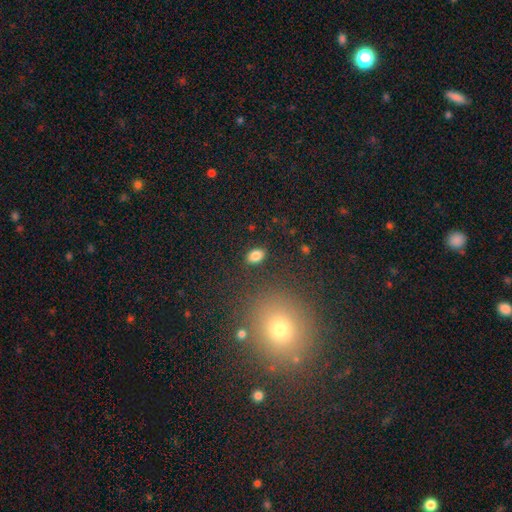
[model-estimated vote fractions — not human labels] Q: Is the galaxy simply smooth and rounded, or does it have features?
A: smooth — 84%.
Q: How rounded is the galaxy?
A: in between — 85%.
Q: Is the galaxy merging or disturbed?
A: none — 87%.